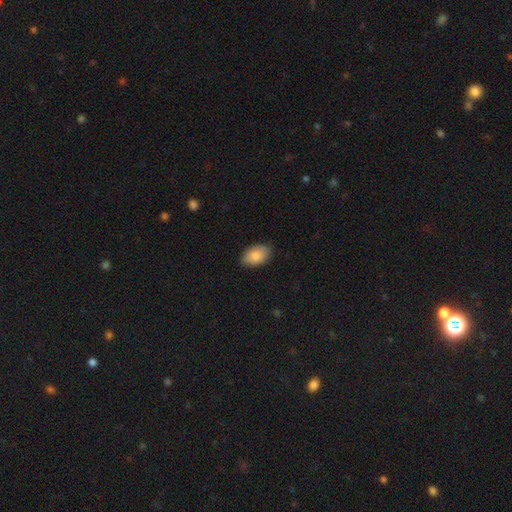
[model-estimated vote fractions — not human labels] Smooth or featured? Predicted: smooth (p=0.84). How rounded? Predicted: in between (p=0.91). Merging? Predicted: none (p=0.83).